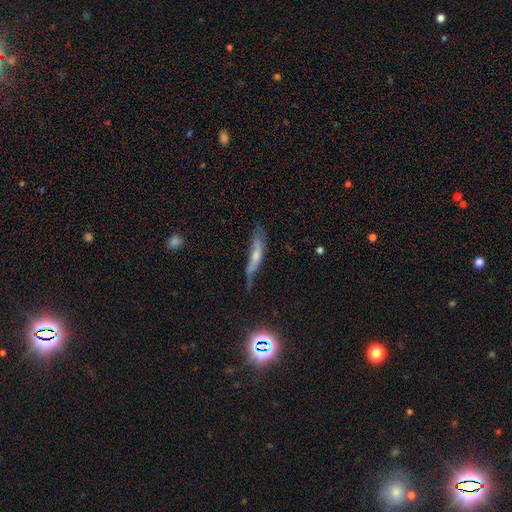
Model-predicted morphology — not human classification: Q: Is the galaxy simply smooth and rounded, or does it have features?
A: featured or disk — 47%.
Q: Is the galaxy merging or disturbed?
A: none — 42%.